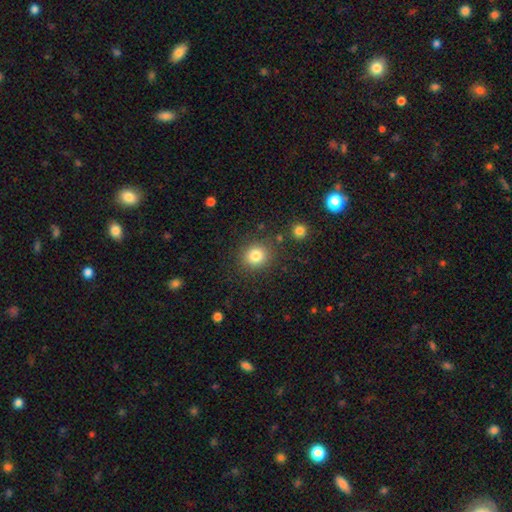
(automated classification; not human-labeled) Smooth or featured: smooth — 83% (star or artifact — 11%)
How rounded: round — 85% (in between — 14%)
Merging: none — 85% (minor disturbance — 8%)